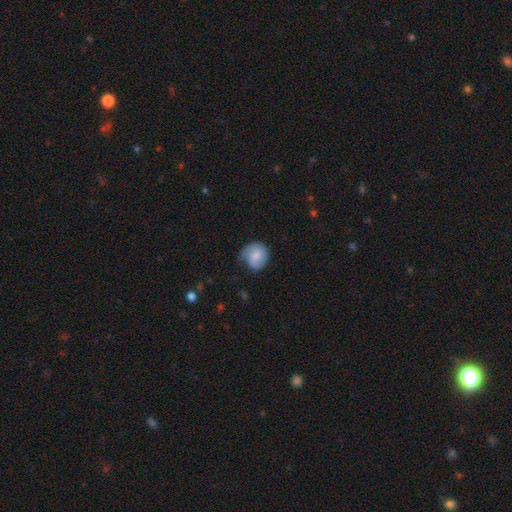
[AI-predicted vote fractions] smooth 68%, featured or disk 25%, star or artifact 7%. Down the decision tree: how rounded — round (80%); merging — none (52%).